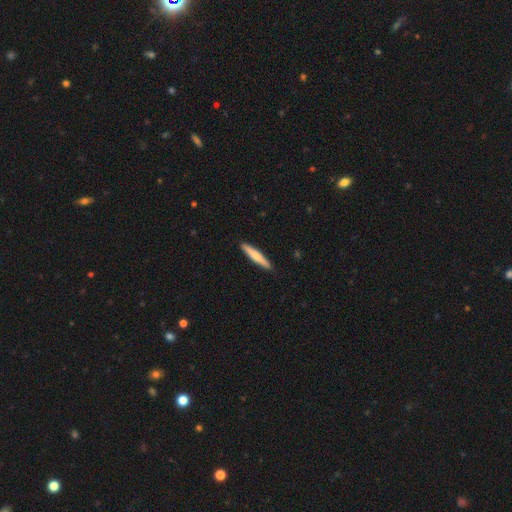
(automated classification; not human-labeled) Q: Smooth or featured?
A: smooth (61%); runner-up: featured or disk (34%)
Q: How rounded?
A: cigar-shaped (92%); runner-up: in between (7%)
Q: Merging?
A: none (91%); runner-up: minor disturbance (7%)